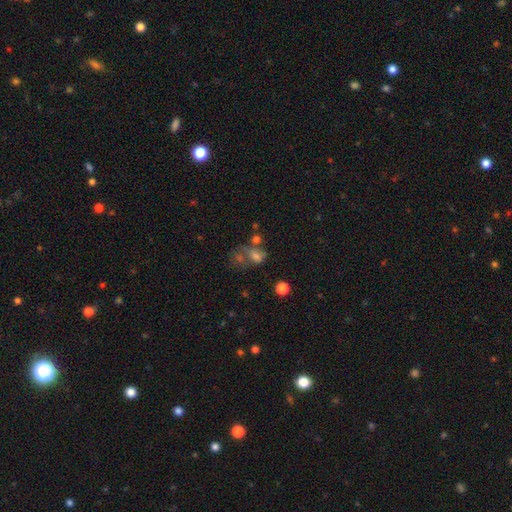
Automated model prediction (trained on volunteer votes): smooth 53%, featured or disk 26%, star or artifact 21%. Down the decision tree: how rounded — in between (68%); merging — merger (35%).